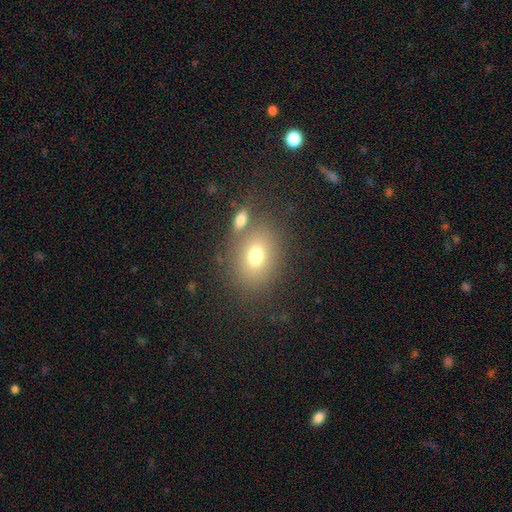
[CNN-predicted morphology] This is likely a smooth galaxy (74%). How rounded: likely in between (61%). Merging: likely none (67%).